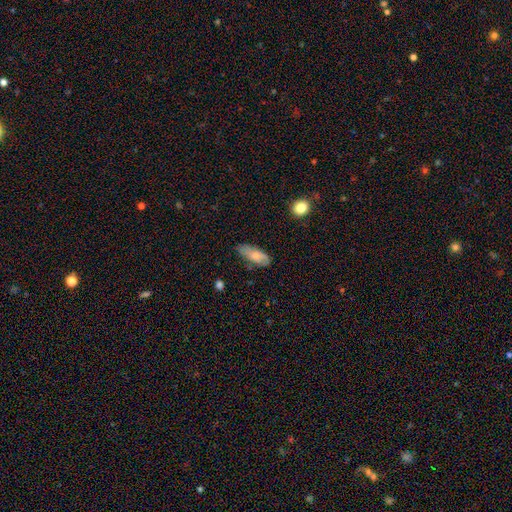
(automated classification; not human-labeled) A smooth galaxy with no disk features (70%) that is in between round and cigar-shaped (81%). Merging: none (64%).